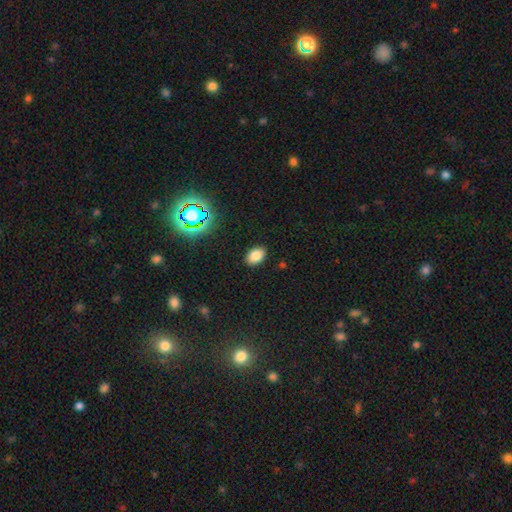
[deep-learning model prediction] smooth_or_featured: smooth (p=0.80) [alt: star or artifact p=0.13]
how_rounded: in between (p=0.83) [alt: round p=0.16]
merging: none (p=0.88) [alt: minor disturbance p=0.08]